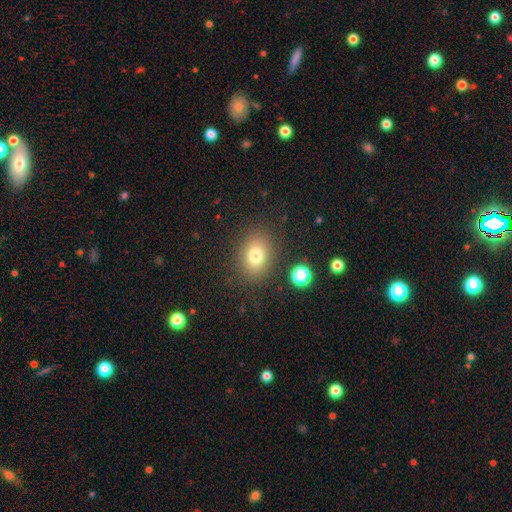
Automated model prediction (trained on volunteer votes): A smooth galaxy with no disk features (77%) that is in between round and cigar-shaped (56%).

Vote fractions:
- Smooth or featured? smooth: 77% / star or artifact: 13% / featured or disk: 11%
- How rounded? in between: 56% / round: 43% / cigar-shaped: 1%
- Merging? none: 84% / minor disturbance: 10% / major disturbance: 4% / merger: 2%